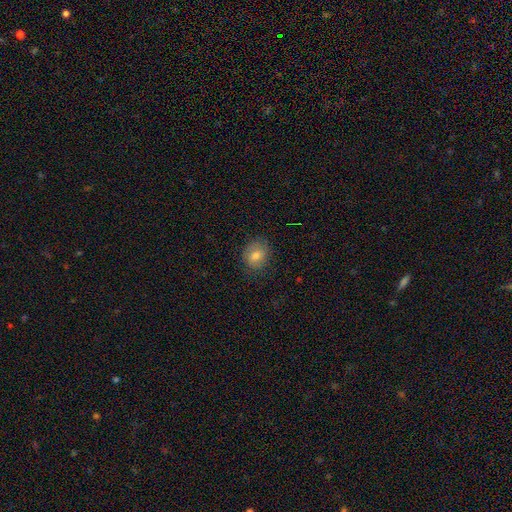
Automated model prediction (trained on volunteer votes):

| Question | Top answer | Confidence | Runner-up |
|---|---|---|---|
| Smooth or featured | smooth | 73% | featured or disk (15%) |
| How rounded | round | 64% | in between (35%) |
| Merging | none | 81% | minor disturbance (14%) |